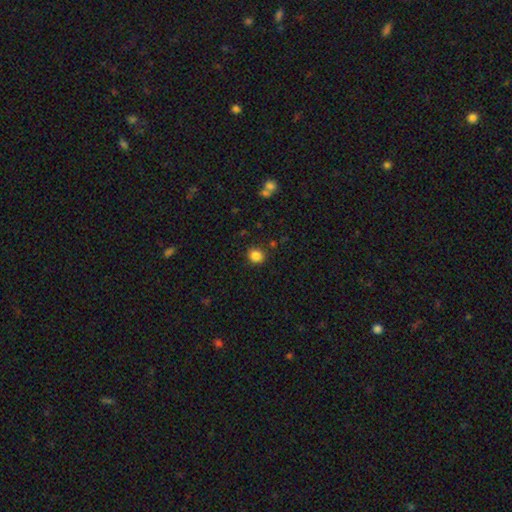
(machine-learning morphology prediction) smooth 84%, star or artifact 11%, featured or disk 4%. Down the decision tree: how rounded — round (82%); merging — none (88%).